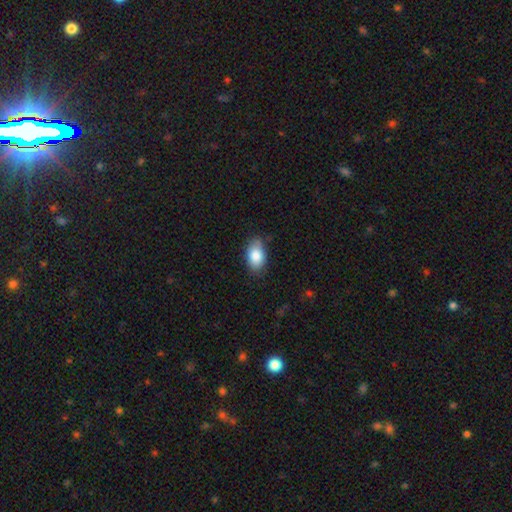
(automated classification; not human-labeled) Morphology: type=smooth (84%); roundness=in between (91%); merging=none (78%).